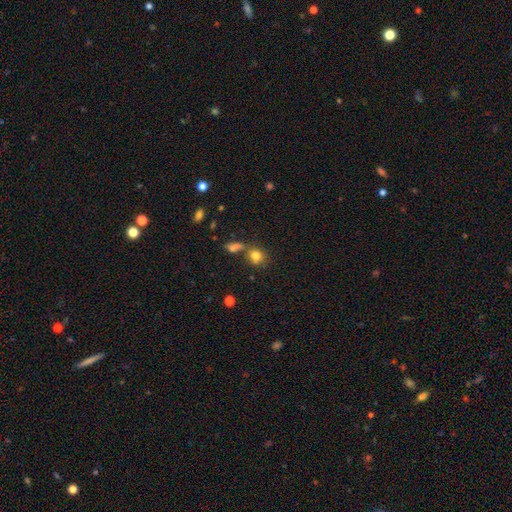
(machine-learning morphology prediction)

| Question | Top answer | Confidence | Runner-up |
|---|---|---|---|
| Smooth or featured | smooth | 80% | star or artifact (12%) |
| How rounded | round | 73% | in between (25%) |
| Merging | none | 61% | merger (19%) |